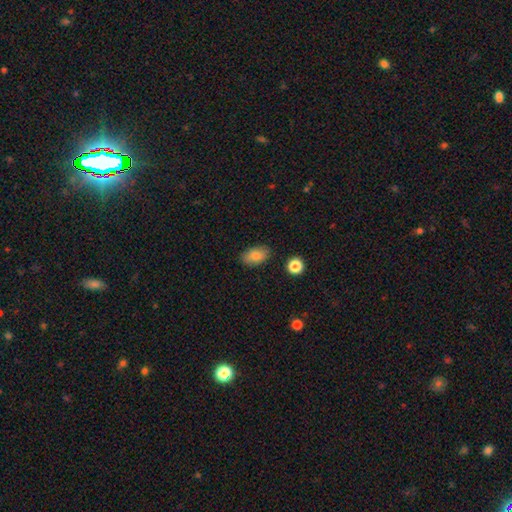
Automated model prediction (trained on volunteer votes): Smooth or featured?
  - smooth: 83% *
  - featured or disk: 9%
  - star or artifact: 8%
How rounded?
  - in between: 90% *
  - round: 8%
  - cigar-shaped: 2%
Merging?
  - none: 85% *
  - minor disturbance: 11%
  - major disturbance: 2%
  - merger: 2%